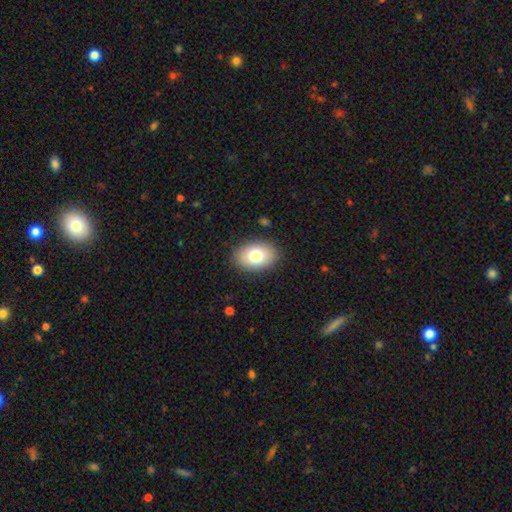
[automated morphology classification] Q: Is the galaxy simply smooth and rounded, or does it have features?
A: smooth — 78%.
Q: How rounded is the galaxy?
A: in between — 83%.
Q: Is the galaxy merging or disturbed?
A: none — 87%.